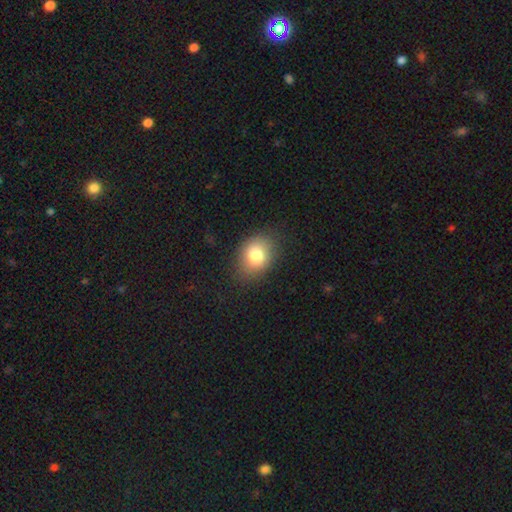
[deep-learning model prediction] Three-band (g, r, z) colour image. It shows a smooth galaxy with no disk features (80%) that is in between round and cigar-shaped (62%). Merging: none (81%).